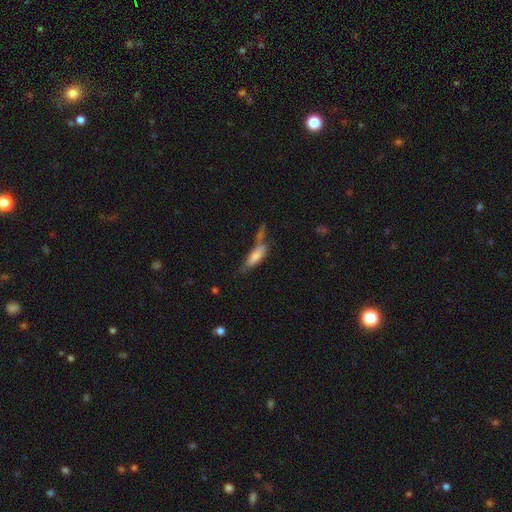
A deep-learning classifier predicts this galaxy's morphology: This appears to be a smooth galaxy with no disk features (75%) that is in between round and cigar-shaped (51%). Merging: none (40%).